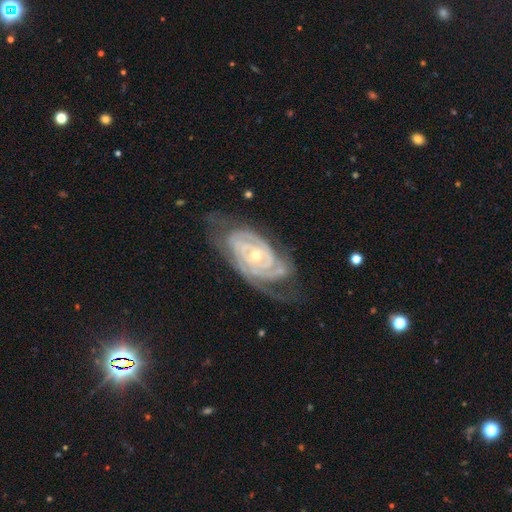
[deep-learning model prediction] Smooth or featured? Predicted: featured or disk (p=0.91). Edge-on disk? Predicted: no (p=0.96). Bar? Predicted: no (p=0.69). Spiral arms? Predicted: yes (p=0.98). Spiral winding? Predicted: tight (p=0.78). Spiral arm count? Predicted: 2 (p=0.37). Bulge size? Predicted: small (p=0.57). Merging? Predicted: none (p=0.64).